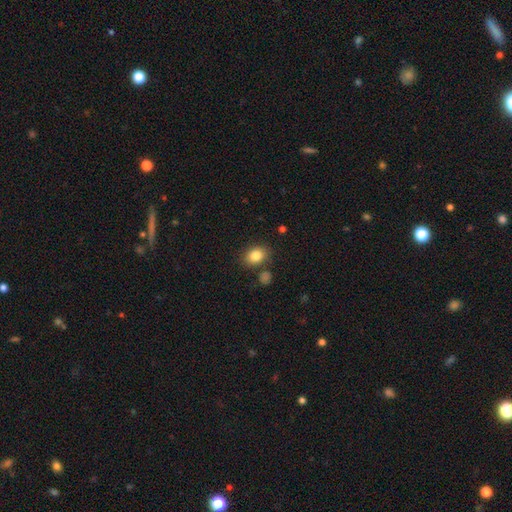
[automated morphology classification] A smooth galaxy with no disk features (84%) that is in between round and cigar-shaped (64%).

Vote fractions:
- Smooth or featured? smooth: 84% / star or artifact: 9% / featured or disk: 7%
- How rounded? in between: 64% / round: 35% / cigar-shaped: 1%
- Merging? none: 79% / minor disturbance: 12% / merger: 6% / major disturbance: 3%